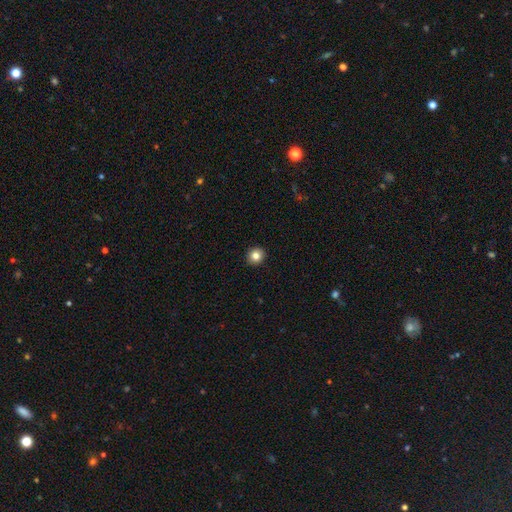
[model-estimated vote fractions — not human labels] The model was most divided on "smooth or featured": smooth: 83%, star or artifact: 11%, featured or disk: 7%. More confident: merging — none (93%); how rounded — round (90%).